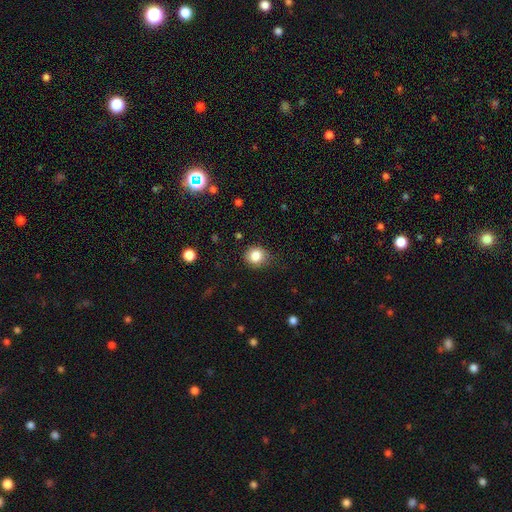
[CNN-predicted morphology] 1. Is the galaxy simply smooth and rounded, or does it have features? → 84% smooth, 10% star or artifact, 6% featured or disk.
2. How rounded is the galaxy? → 80% round, 19% in between, 1% cigar-shaped.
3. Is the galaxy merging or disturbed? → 77% none, 17% minor disturbance, 4% major disturbance, 1% merger.